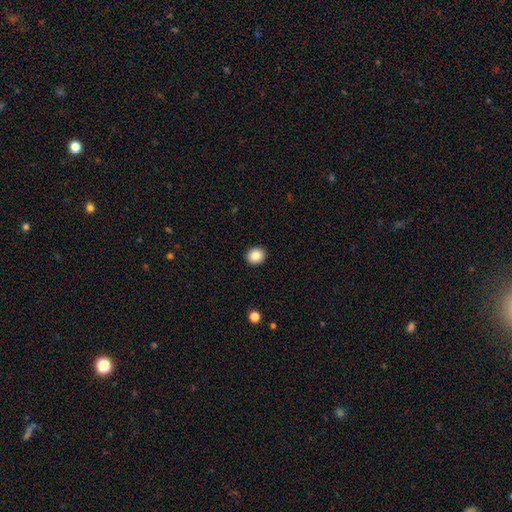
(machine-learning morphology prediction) smooth_or_featured: smooth (p=0.86) [alt: star or artifact p=0.09]
how_rounded: round (p=0.81) [alt: in between p=0.19]
merging: none (p=0.92) [alt: minor disturbance p=0.05]